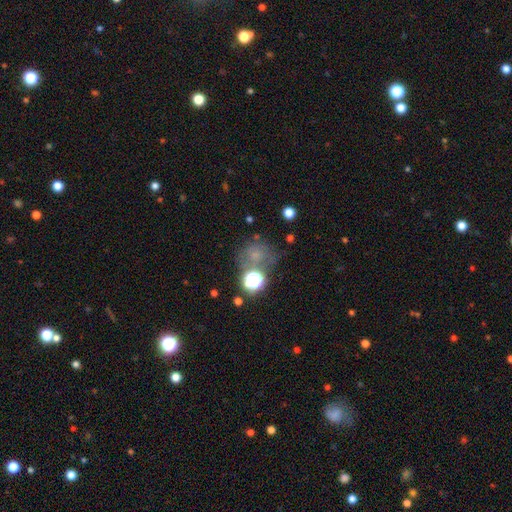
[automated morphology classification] smooth_or_featured: smooth (p=0.48) [alt: star or artifact p=0.35]
merging: none (p=0.54) [alt: minor disturbance p=0.17]